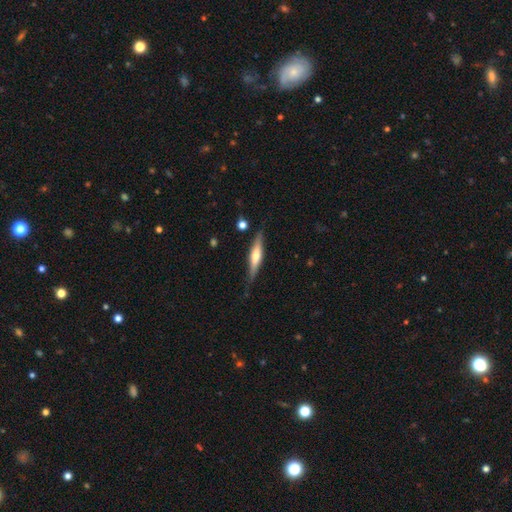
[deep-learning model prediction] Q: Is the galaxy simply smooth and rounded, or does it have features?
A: featured or disk — 60%.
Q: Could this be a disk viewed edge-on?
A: yes — 94%.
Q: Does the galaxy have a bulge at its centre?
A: rounded — 81%.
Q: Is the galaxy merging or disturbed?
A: none — 79%.